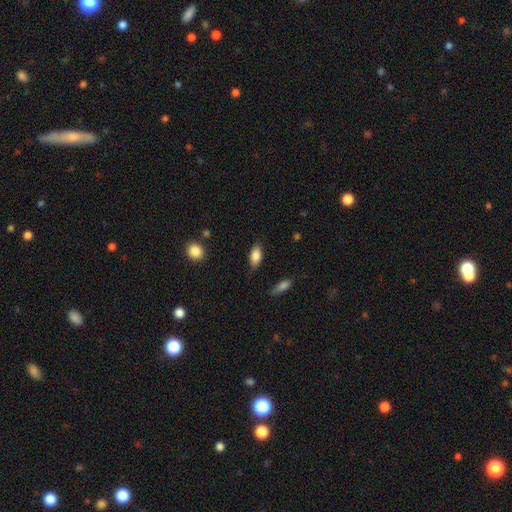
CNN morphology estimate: smooth-or-featured: smooth: 83% | featured or disk: 9% | star or artifact: 7%
  how-rounded: in between: 87% | cigar-shaped: 9% | round: 4%
  merging: none: 80% | minor disturbance: 15% | major disturbance: 4% | merger: 2%